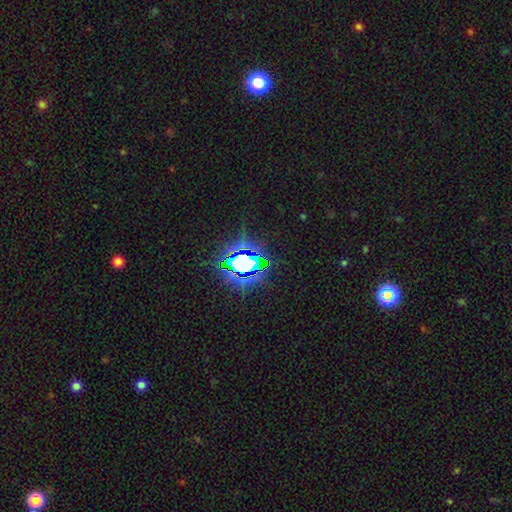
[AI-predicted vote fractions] smooth_or_featured: star or artifact (p=0.75) [alt: smooth p=0.15]